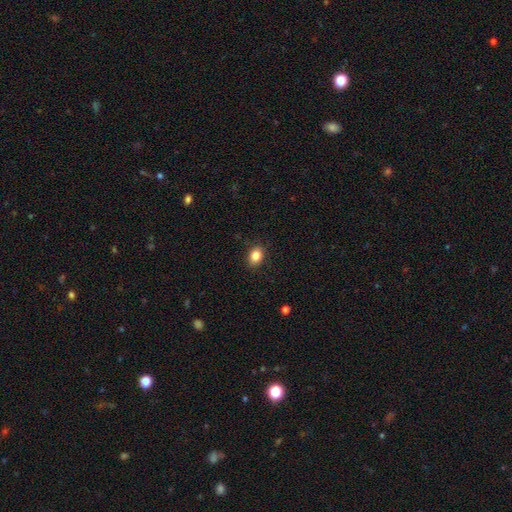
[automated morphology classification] type=smooth (85%); roundness=in between (68%); merging=none (88%).